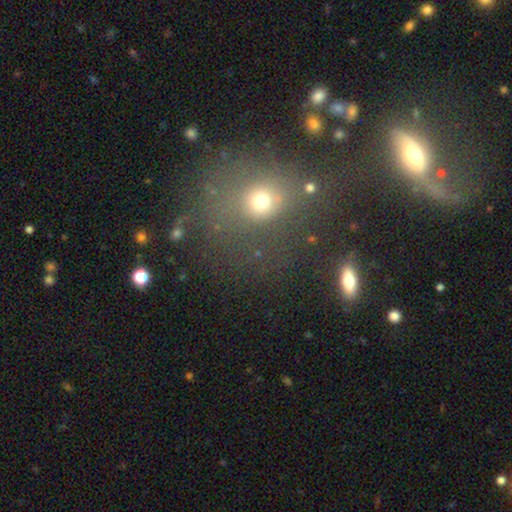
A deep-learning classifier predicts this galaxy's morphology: smooth 51%, star or artifact 30%, featured or disk 19%. Down the decision tree: how rounded — round (69%); merging — none (56%).